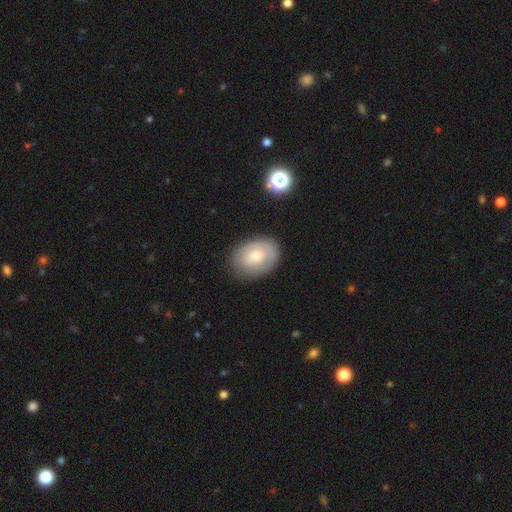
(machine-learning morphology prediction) Smooth or featured: smooth — 59% (featured or disk — 33%)
How rounded: in between — 63% (round — 36%)
Merging: none — 79% (minor disturbance — 15%)